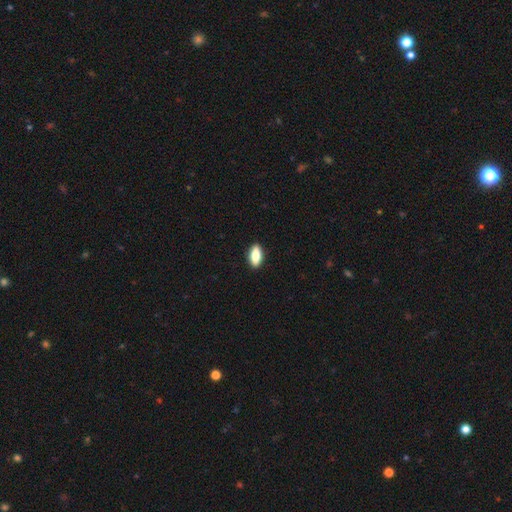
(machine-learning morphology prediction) Smooth or featured? Predicted: smooth (p=0.79). How rounded? Predicted: in between (p=0.83). Merging? Predicted: none (p=0.90).